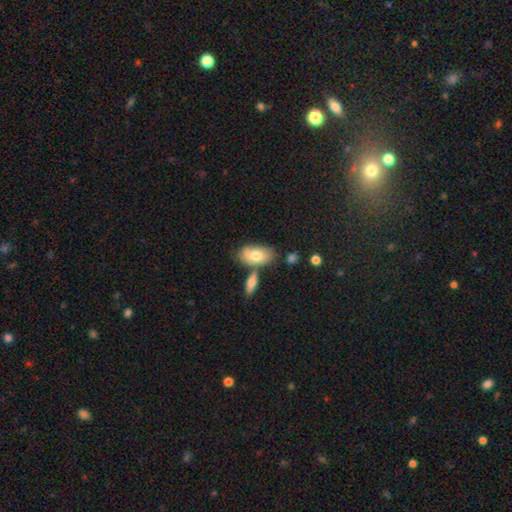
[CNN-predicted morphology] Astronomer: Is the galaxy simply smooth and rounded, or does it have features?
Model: smooth — 72%.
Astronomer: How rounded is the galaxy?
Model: in between — 92%.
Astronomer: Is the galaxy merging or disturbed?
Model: none — 55%.